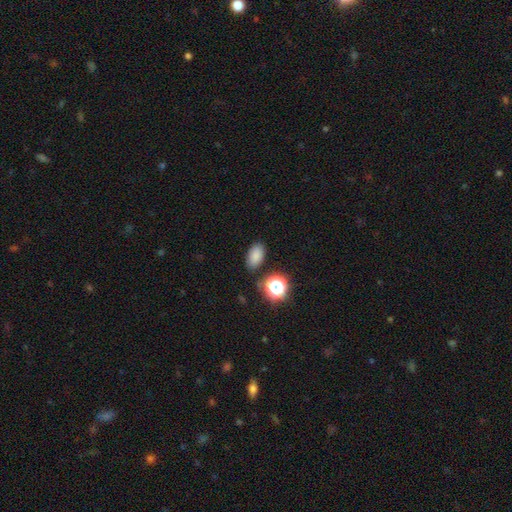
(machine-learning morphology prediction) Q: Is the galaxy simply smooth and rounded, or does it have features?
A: smooth — 81%.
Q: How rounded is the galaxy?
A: in between — 88%.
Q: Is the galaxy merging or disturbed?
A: none — 83%.